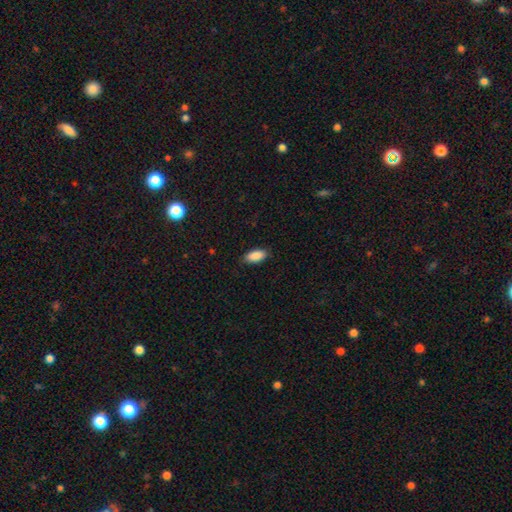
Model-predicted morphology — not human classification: Overall: smooth (89%). How rounded: in between (91%). Merging: none (84%).